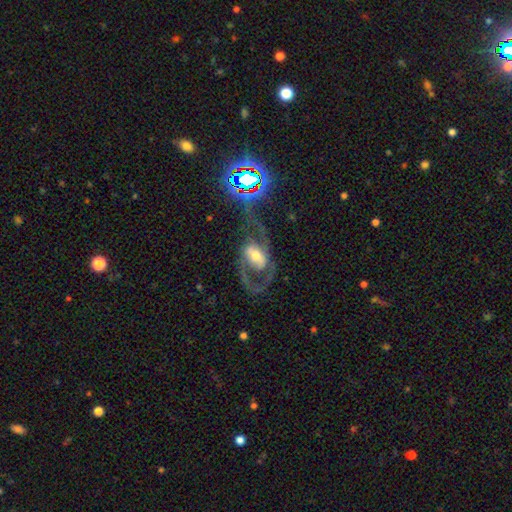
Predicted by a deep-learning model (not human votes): smooth-or-featured: featured or disk: 79% | smooth: 13% | star or artifact: 8%
  disk-edge-on: no: 95% | yes: 5%
    bar: weak: 37% | no: 35% | strong: 28%
    has-spiral-arms: yes: 81% | no: 19%
      spiral-winding: medium: 50% | loose: 34% | tight: 17%
      spiral-arm-count: 2: 83% | can't tell: 7% | 1: 6% | 3: 2% | 4: 1% | more than 4: 1%
    bulge-size: moderate: 64% | small: 17% | large: 16% | dominant: 2% | none: 1%
  merging: none: 55% | major disturbance: 24% | minor disturbance: 16% | merger: 4%